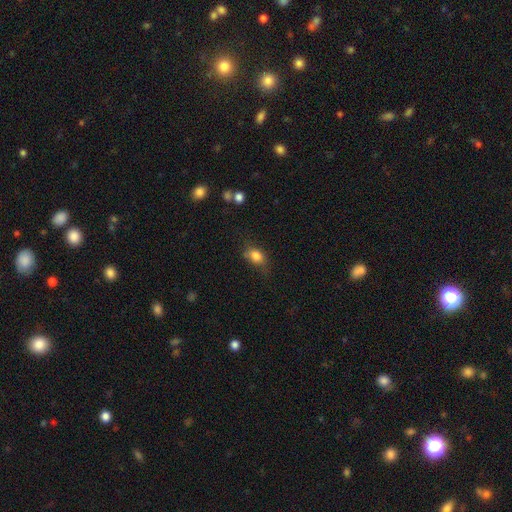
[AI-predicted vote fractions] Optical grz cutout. It shows a smooth galaxy with no disk features (81%) that is in between round and cigar-shaped (72%). Merging: none (57%).